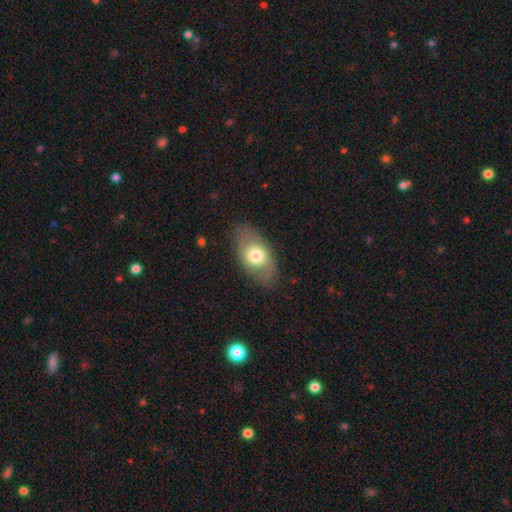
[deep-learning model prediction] This is likely a smooth galaxy (62%). How rounded: clearly in between (88%). Merging: clearly none (80%).